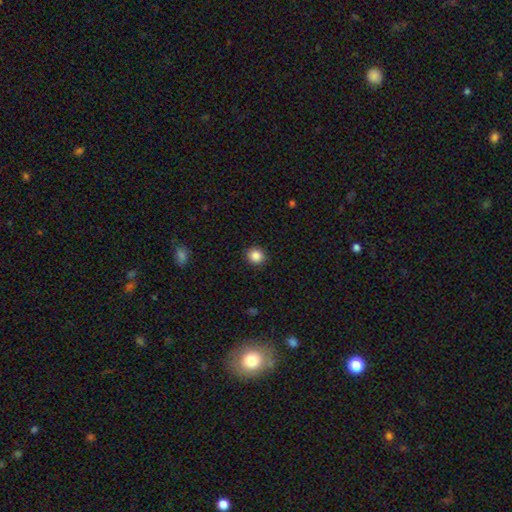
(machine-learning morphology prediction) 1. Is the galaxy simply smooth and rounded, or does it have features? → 87% smooth, 10% star or artifact, 3% featured or disk.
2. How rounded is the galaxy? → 86% round, 14% in between, 1% cigar-shaped.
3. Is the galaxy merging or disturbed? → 91% none, 6% minor disturbance, 2% major disturbance, 1% merger.